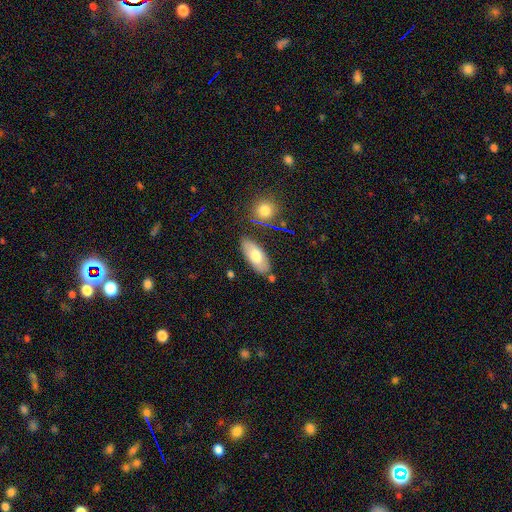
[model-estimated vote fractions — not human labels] smooth 70%, featured or disk 24%, star or artifact 7%. Down the decision tree: how rounded — in between (87%); merging — none (79%).